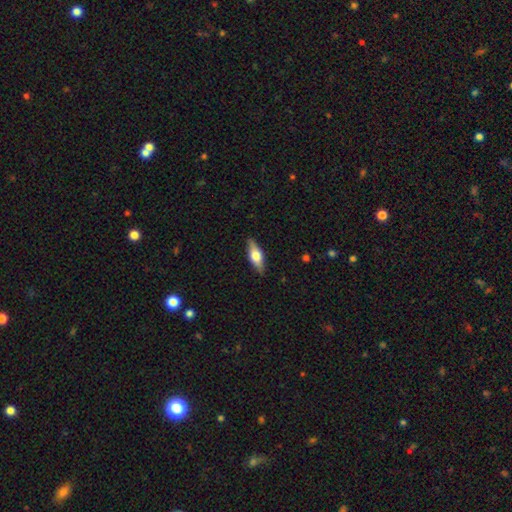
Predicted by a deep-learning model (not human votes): Overall: featured or disk (47%, tied with smooth). Merging: none (87%).